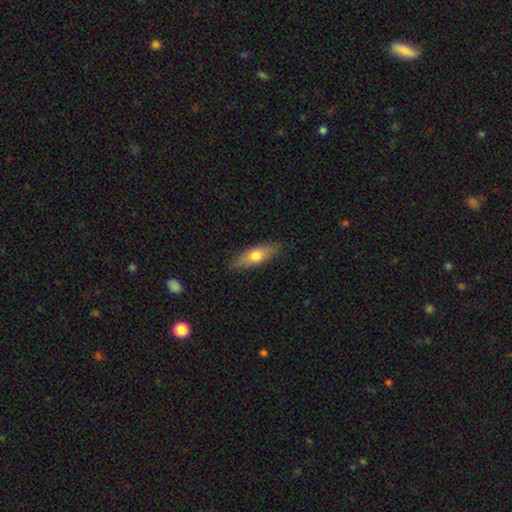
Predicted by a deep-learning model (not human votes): Smooth or featured: smooth — 65% (featured or disk — 29%)
How rounded: in between — 53% (cigar-shaped — 44%)
Merging: none — 85% (minor disturbance — 12%)